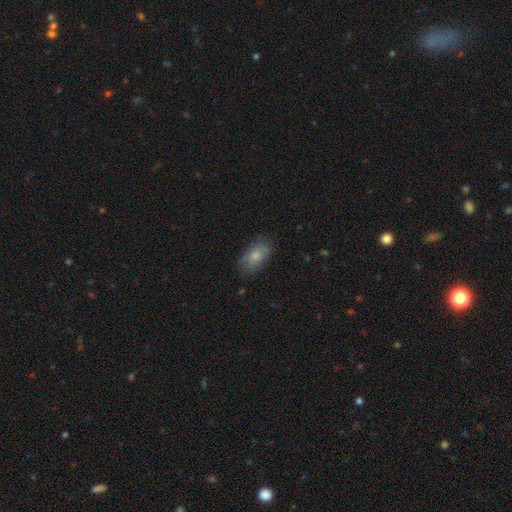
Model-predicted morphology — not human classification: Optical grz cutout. It shows a smooth galaxy with no disk features (76%) that is in between round and cigar-shaped (91%). Merging: none (76%).